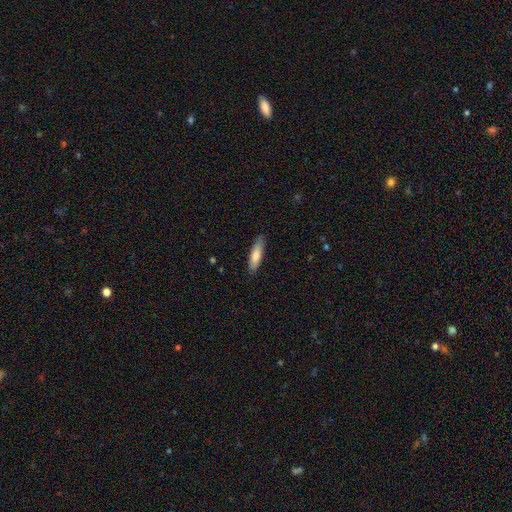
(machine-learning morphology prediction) smooth_or_featured: smooth (p=0.76) [alt: featured or disk p=0.18]
how_rounded: cigar-shaped (p=0.66) [alt: in between p=0.33]
merging: none (p=0.85) [alt: minor disturbance p=0.12]